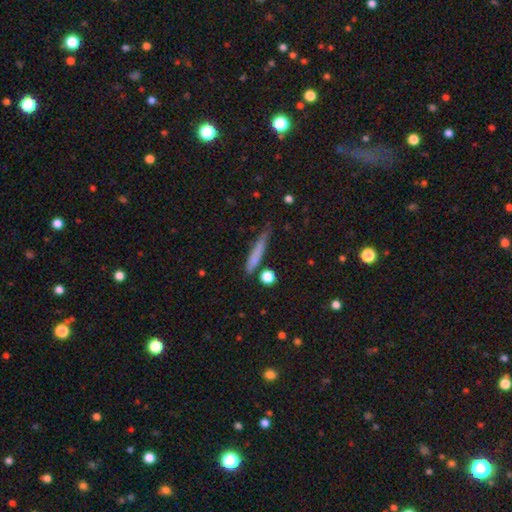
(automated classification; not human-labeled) Overall: smooth (71%). How rounded: cigar-shaped (91%). Merging: none (69%).